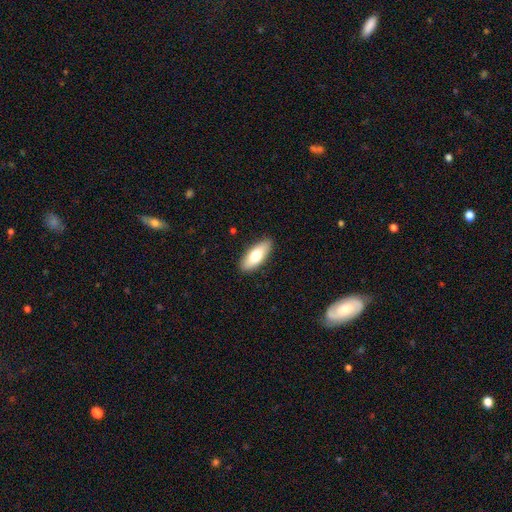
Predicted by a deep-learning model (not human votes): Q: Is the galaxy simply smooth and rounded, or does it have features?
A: smooth — 75%.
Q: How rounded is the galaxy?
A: in between — 74%.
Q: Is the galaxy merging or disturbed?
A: none — 88%.